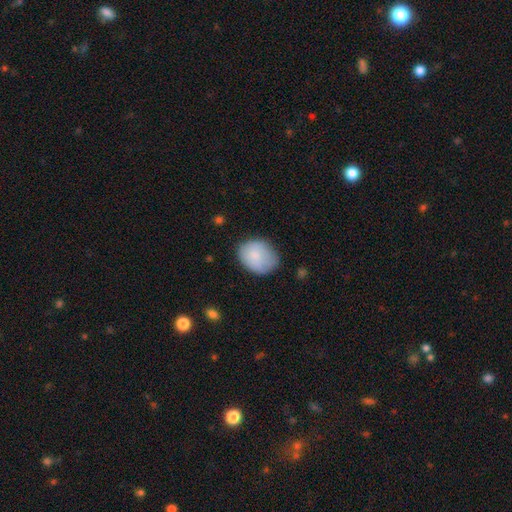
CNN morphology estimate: smooth_or_featured: smooth (p=0.84) [alt: featured or disk p=0.10]
how_rounded: in between (p=0.55) [alt: round p=0.44]
merging: none (p=0.65) [alt: minor disturbance p=0.26]